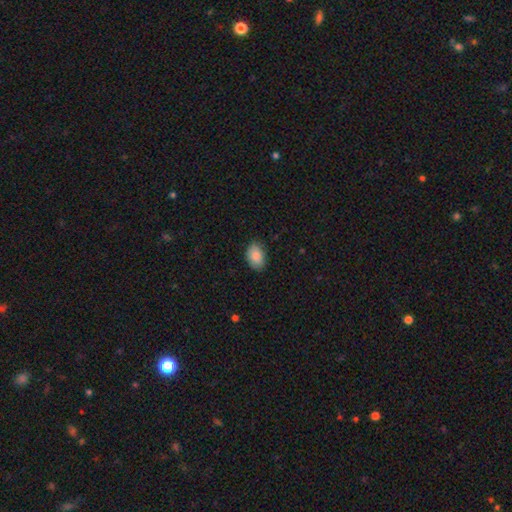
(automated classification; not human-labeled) Overall: smooth (87%). How rounded: in between (88%). Merging: none (85%).